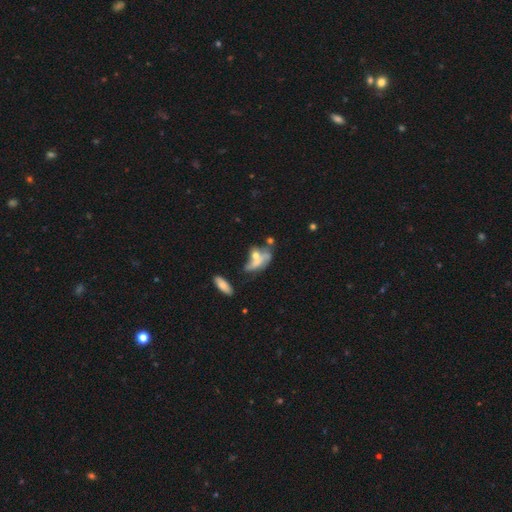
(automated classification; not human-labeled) Smooth or featured: smooth — 46% (featured or disk — 42%)
Merging: merger — 33% (none — 27%)